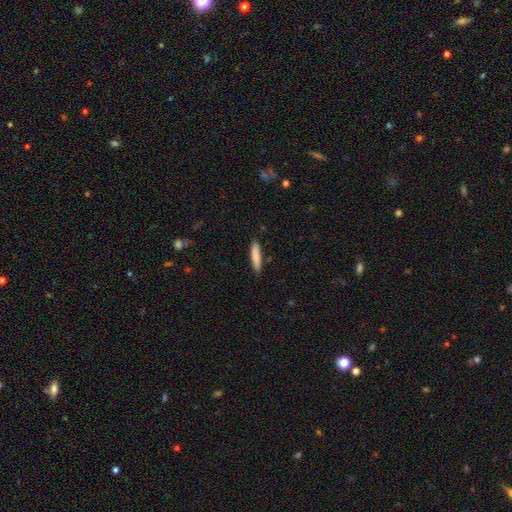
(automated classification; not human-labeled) The model was most divided on "how rounded": cigar-shaped: 84%, in between: 14%, round: 1%. More confident: merging — none (88%); smooth or featured — smooth (84%).